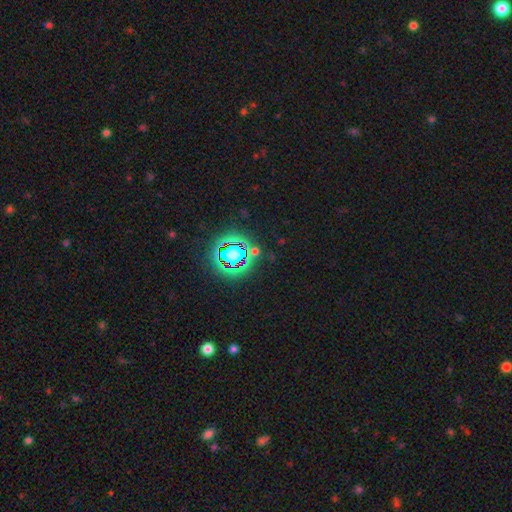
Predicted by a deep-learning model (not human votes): This is likely a star or artifact rather than a galaxy (80%).